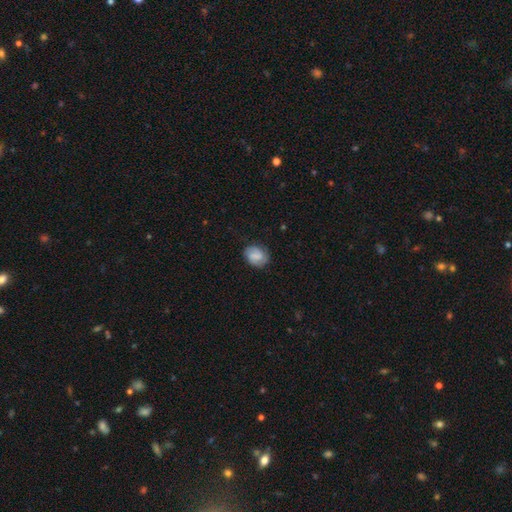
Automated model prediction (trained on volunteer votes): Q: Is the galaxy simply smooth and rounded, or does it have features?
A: smooth — 58%.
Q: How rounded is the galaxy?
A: in between — 56%.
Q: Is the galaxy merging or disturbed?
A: none — 74%.